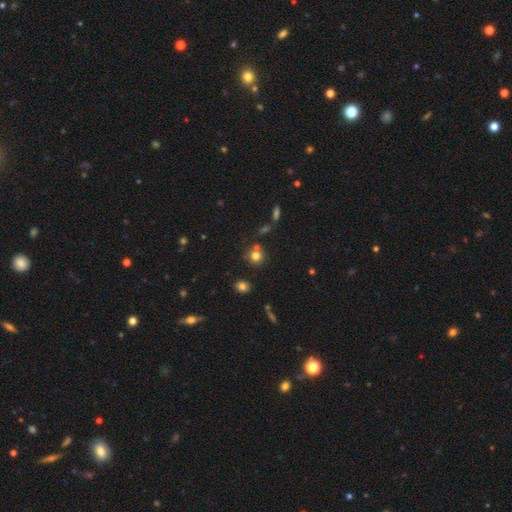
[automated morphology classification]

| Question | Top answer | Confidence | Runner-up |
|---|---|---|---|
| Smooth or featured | smooth | 75% | star or artifact (16%) |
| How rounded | round | 87% | in between (12%) |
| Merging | none | 68% | merger (19%) |